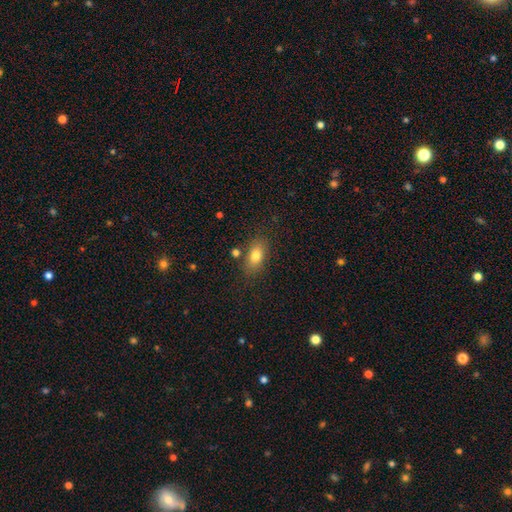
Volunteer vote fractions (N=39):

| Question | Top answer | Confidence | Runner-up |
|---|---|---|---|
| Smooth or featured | smooth | 74% | featured or disk (15%) |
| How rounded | in between | 90% | round (7%) |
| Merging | none | 80% | minor disturbance (17%) |